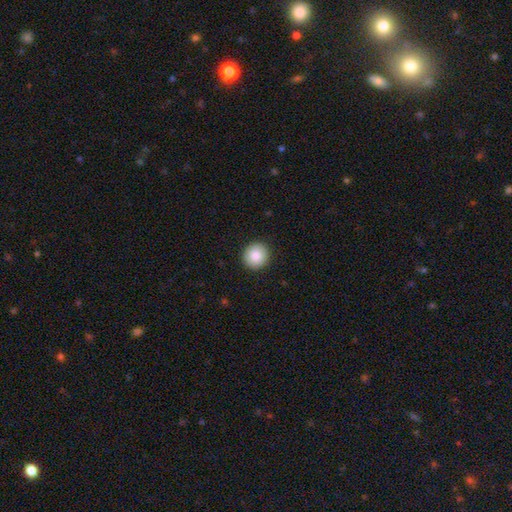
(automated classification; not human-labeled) Overall: smooth (86%). How rounded: round (91%). Merging: none (92%).